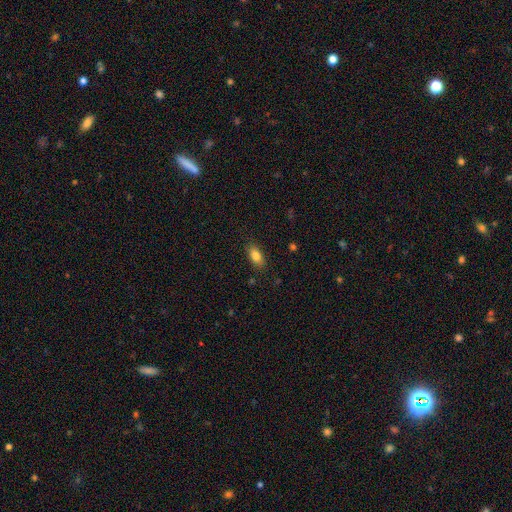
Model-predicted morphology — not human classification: smooth 84%, star or artifact 8%, featured or disk 8%. Down the decision tree: how rounded — in between (89%); merging — none (86%).